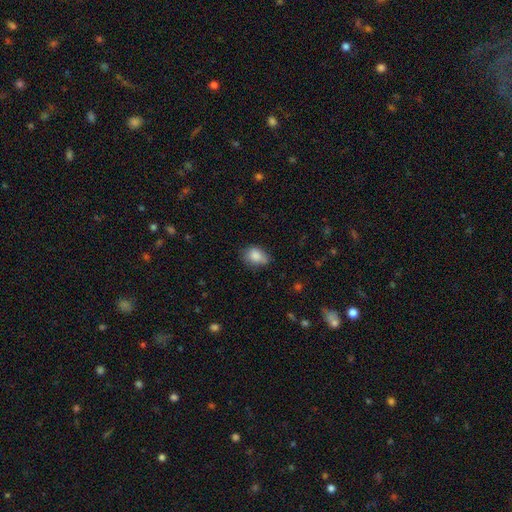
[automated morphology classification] A smooth galaxy with no disk features (84%) that is in between round and cigar-shaped (70%). Merging: none (56%).